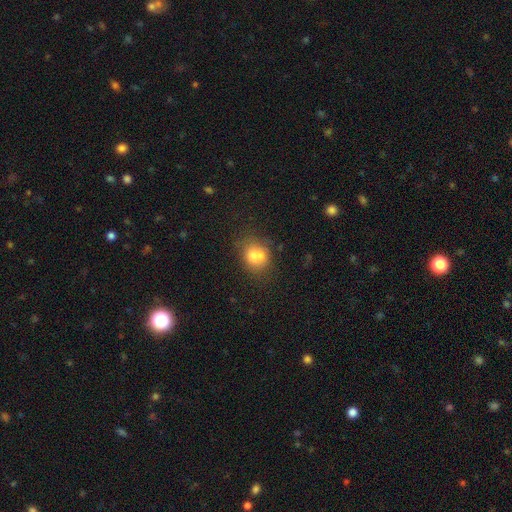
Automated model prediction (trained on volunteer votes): smooth 68%, featured or disk 21%, star or artifact 11%. Down the decision tree: how rounded — round (68%); merging — merger (50%).